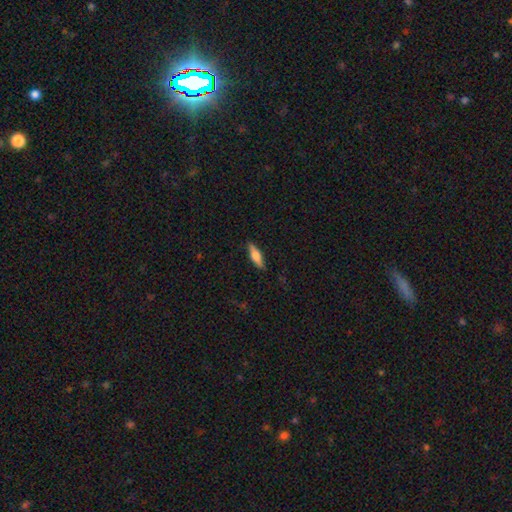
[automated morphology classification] smooth-or-featured: smooth: 59% | featured or disk: 34% | star or artifact: 6%
  how-rounded: cigar-shaped: 59% | in between: 39% | round: 2%
  merging: none: 86% | minor disturbance: 10% | major disturbance: 2% | merger: 1%